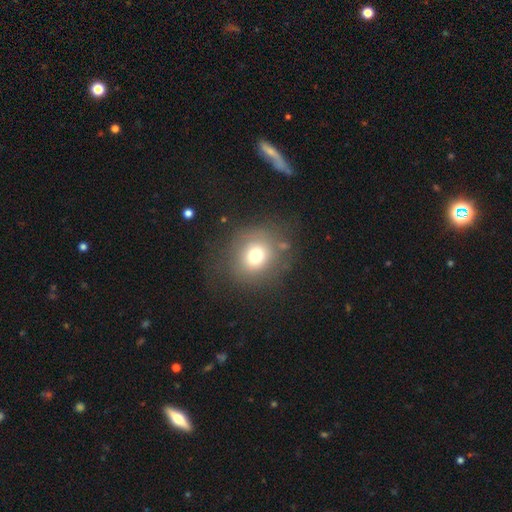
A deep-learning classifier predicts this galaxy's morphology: smooth-or-featured: smooth: 70% | featured or disk: 15% | star or artifact: 14%
  how-rounded: round: 84% | in between: 15% | cigar-shaped: 1%
  merging: none: 73% | minor disturbance: 14% | major disturbance: 9% | merger: 3%